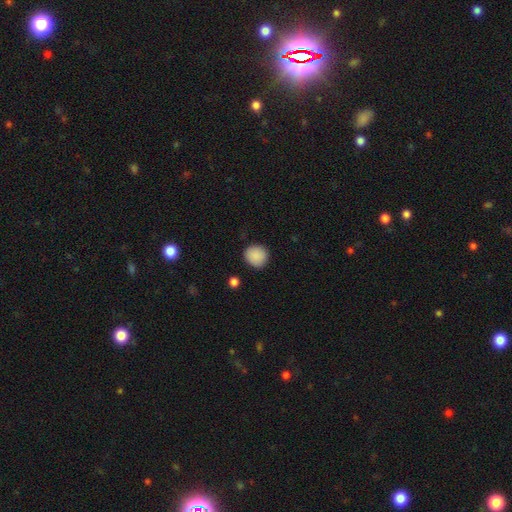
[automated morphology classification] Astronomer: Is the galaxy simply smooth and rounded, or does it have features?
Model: smooth — 89%.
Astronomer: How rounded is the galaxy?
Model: round — 90%.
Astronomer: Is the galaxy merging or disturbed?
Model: none — 88%.